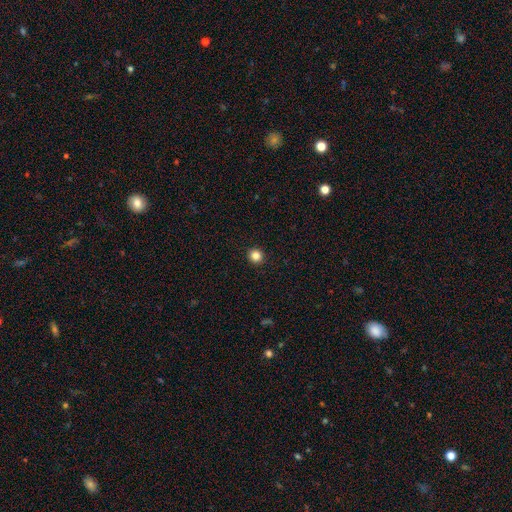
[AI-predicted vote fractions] This is clearly a smooth galaxy (84%). How rounded: clearly round (93%). Merging: clearly none (94%).